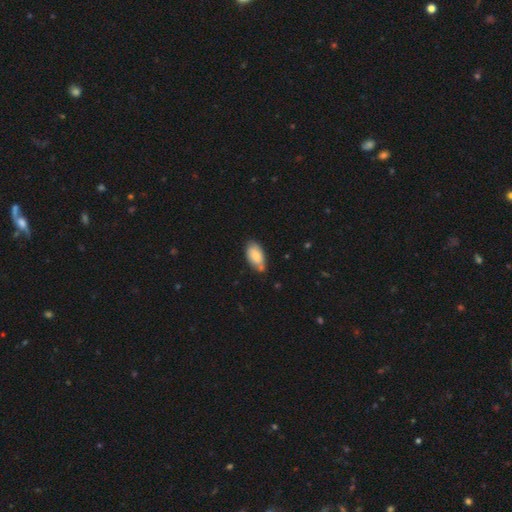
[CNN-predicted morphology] Smooth or featured: smooth — 77% (featured or disk — 16%)
How rounded: in between — 94% (cigar-shaped — 3%)
Merging: none — 60% (minor disturbance — 28%)